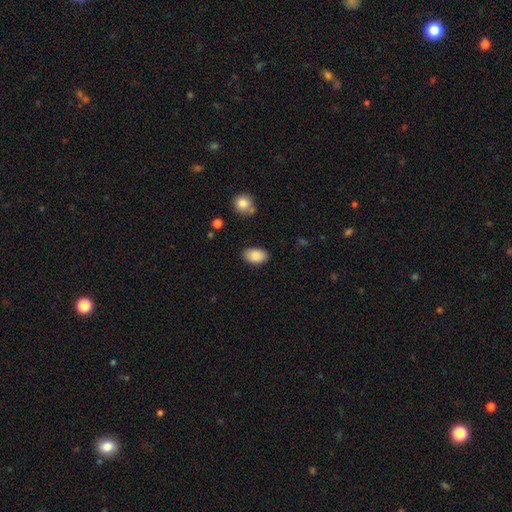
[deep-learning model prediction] Morphology: type=smooth (88%); roundness=in between (90%); merging=none (84%).